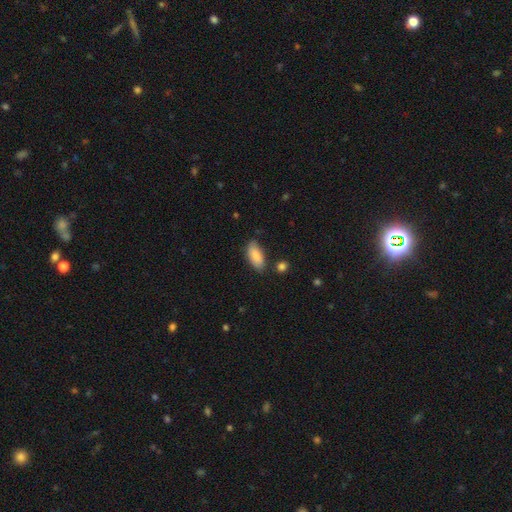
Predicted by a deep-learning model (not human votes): Q: Smooth or featured?
A: smooth (85%); runner-up: featured or disk (8%)
Q: How rounded?
A: in between (88%); runner-up: cigar-shaped (10%)
Q: Merging?
A: none (74%); runner-up: minor disturbance (19%)